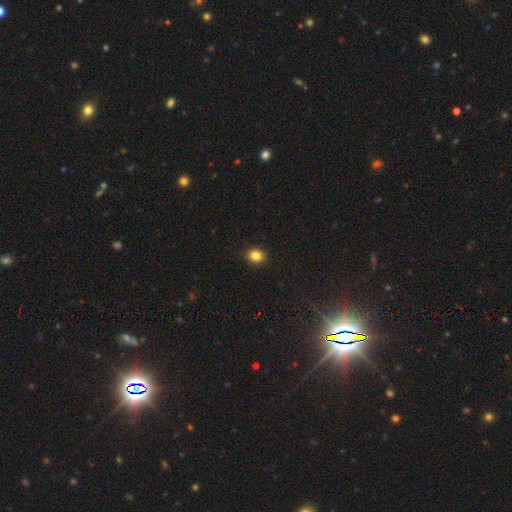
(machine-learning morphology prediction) A smooth galaxy with no disk features (84%) that is round (64%). Merging: none (91%).